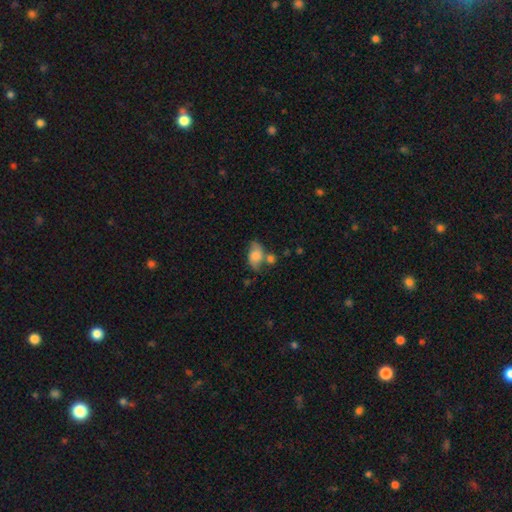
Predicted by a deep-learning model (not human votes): Smooth or featured? smooth (59%)
How rounded? in between (83%)
Merging? none (44%)